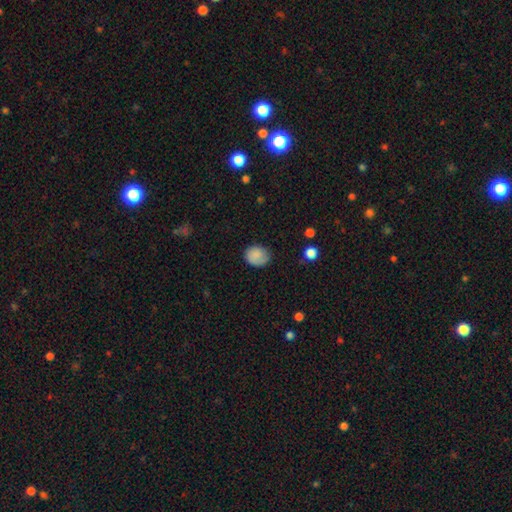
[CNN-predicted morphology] smooth_or_featured: smooth (p=0.85) [alt: star or artifact p=0.08]
how_rounded: round (p=0.61) [alt: in between p=0.38]
merging: none (p=0.75) [alt: minor disturbance p=0.19]